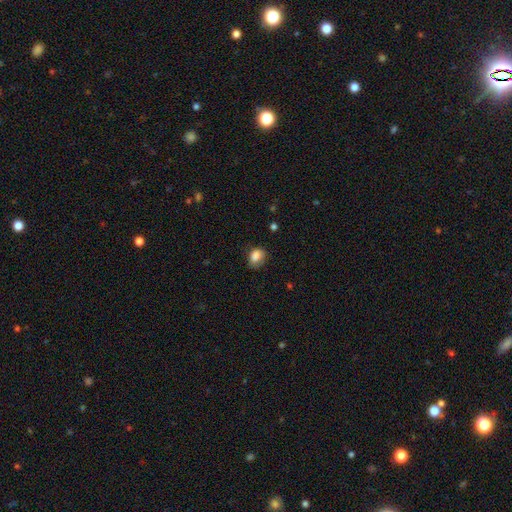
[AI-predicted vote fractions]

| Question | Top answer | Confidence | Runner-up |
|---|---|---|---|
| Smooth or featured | smooth | 84% | star or artifact (9%) |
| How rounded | in between | 70% | round (29%) |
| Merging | none | 63% | minor disturbance (28%) |